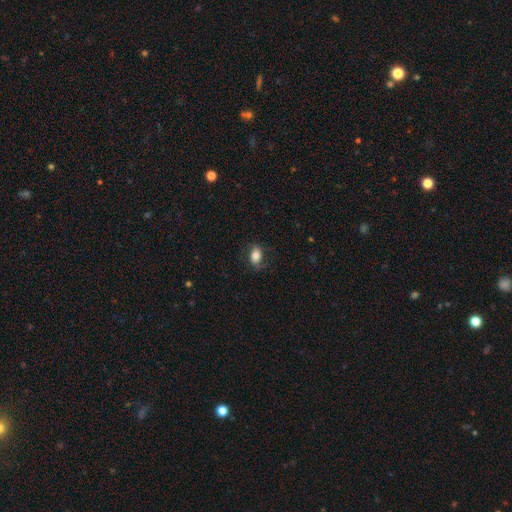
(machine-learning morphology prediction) The model was most divided on "smooth or featured": smooth: 66%, featured or disk: 26%, star or artifact: 8%. More confident: how rounded — in between (85%); merging — none (71%).